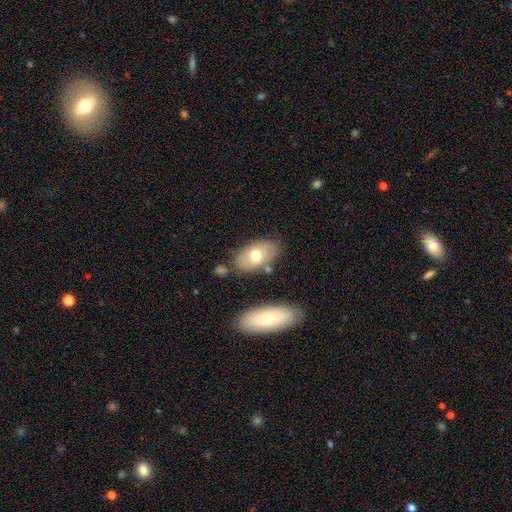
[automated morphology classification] smooth 66%, featured or disk 27%, star or artifact 7%. Down the decision tree: how rounded — in between (92%); merging — none (72%).